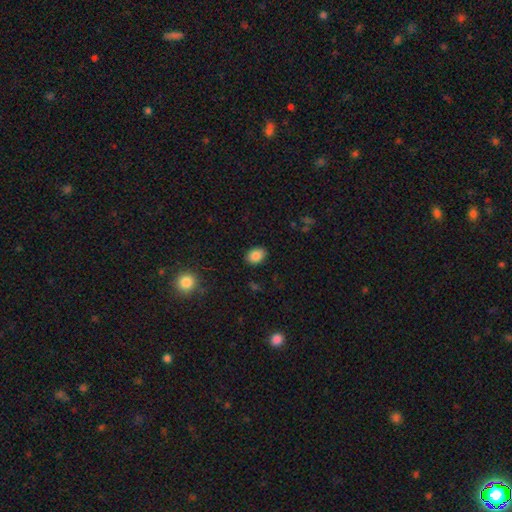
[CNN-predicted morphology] A smooth galaxy with no disk features (86%) that is in between round and cigar-shaped (77%).

Vote fractions:
- Smooth or featured? smooth: 86% / star or artifact: 9% / featured or disk: 5%
- How rounded? in between: 77% / round: 22% / cigar-shaped: 1%
- Merging? none: 88% / minor disturbance: 9% / major disturbance: 2% / merger: 1%